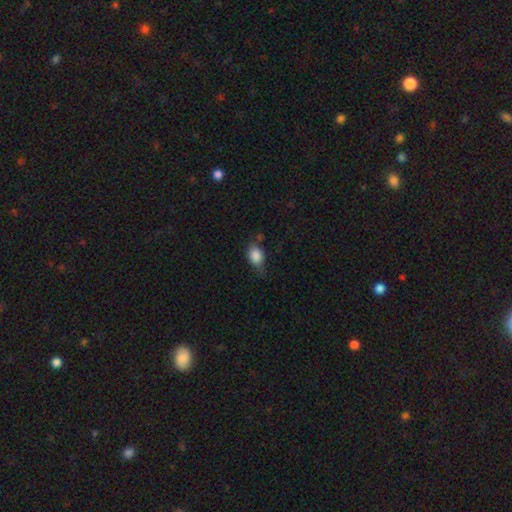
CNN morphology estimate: A smooth galaxy with no disk features (85%) that is in between round and cigar-shaped (74%).

Vote fractions:
- Smooth or featured? smooth: 85% / star or artifact: 8% / featured or disk: 7%
- How rounded? in between: 74% / round: 24% / cigar-shaped: 2%
- Merging? none: 50% / minor disturbance: 37% / major disturbance: 9% / merger: 3%